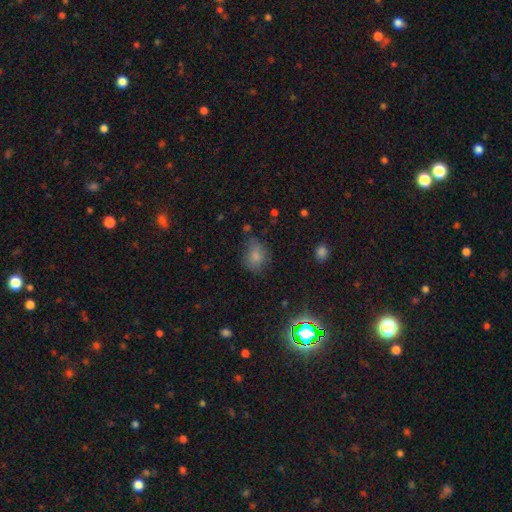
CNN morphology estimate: Smooth or featured: smooth — 77% (star or artifact — 14%)
How rounded: in between — 58% (round — 41%)
Merging: none — 62% (minor disturbance — 26%)